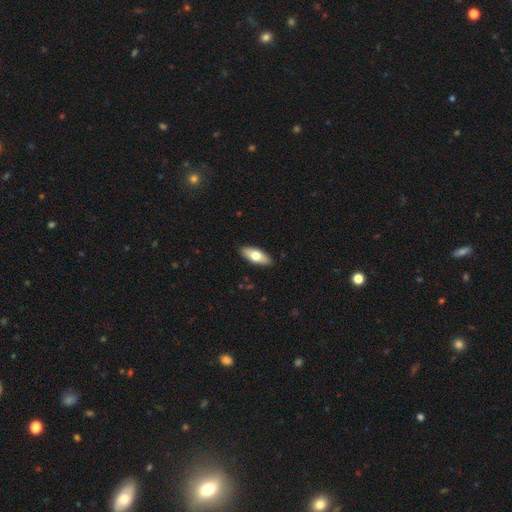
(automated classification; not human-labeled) Smooth or featured? Predicted: smooth (p=0.68). How rounded? Predicted: in between (p=0.78). Merging? Predicted: none (p=0.90).